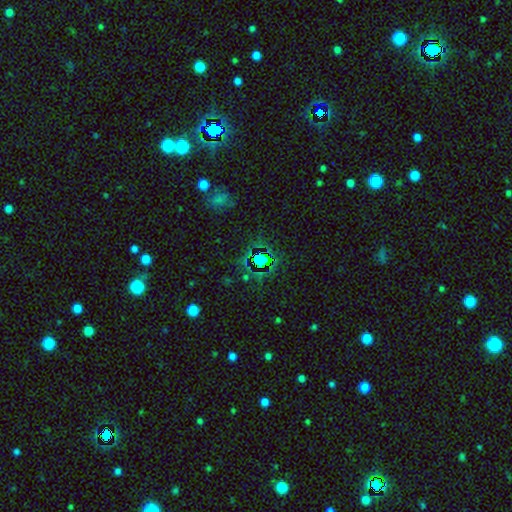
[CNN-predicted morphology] Q: Smooth or featured?
A: star or artifact (70%); runner-up: smooth (19%)